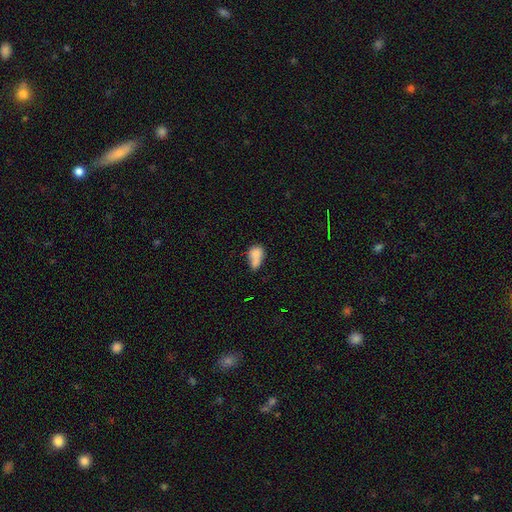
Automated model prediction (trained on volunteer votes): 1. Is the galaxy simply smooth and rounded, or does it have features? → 76% smooth, 14% featured or disk, 10% star or artifact.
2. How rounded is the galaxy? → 79% in between, 16% round, 5% cigar-shaped.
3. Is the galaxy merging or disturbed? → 37% merger, 30% none, 22% minor disturbance, 11% major disturbance.